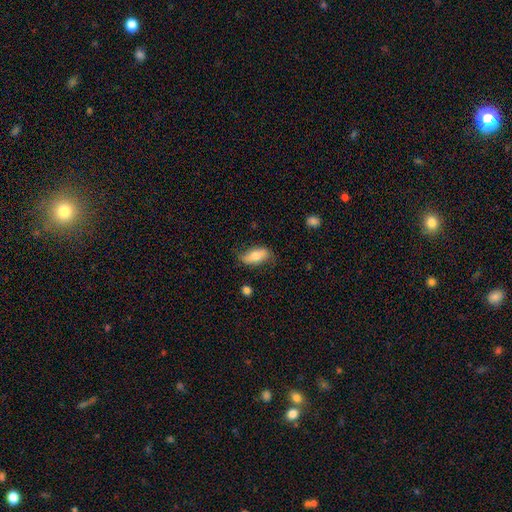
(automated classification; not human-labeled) smooth_or_featured: smooth (p=0.69) [alt: featured or disk p=0.24]
how_rounded: in between (p=0.84) [alt: cigar-shaped p=0.13]
merging: none (p=0.68) [alt: minor disturbance p=0.25]